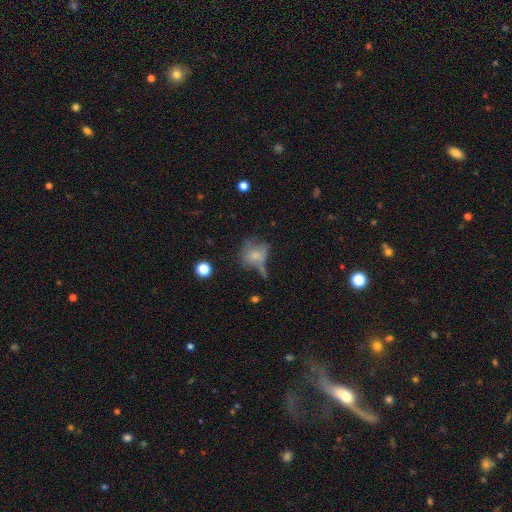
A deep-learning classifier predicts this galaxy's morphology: Smooth or featured?
  - smooth: 64% *
  - featured or disk: 22%
  - star or artifact: 14%
How rounded?
  - round: 56% *
  - in between: 42%
  - cigar-shaped: 2%
Merging?
  - none: 38% *
  - minor disturbance: 25%
  - major disturbance: 23%
  - merger: 14%